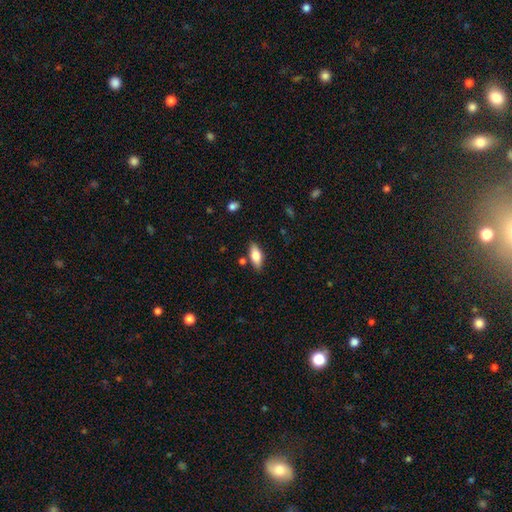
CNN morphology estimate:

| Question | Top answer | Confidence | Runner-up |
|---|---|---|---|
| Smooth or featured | smooth | 73% | featured or disk (20%) |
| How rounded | in between | 79% | cigar-shaped (18%) |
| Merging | none | 82% | minor disturbance (12%) |